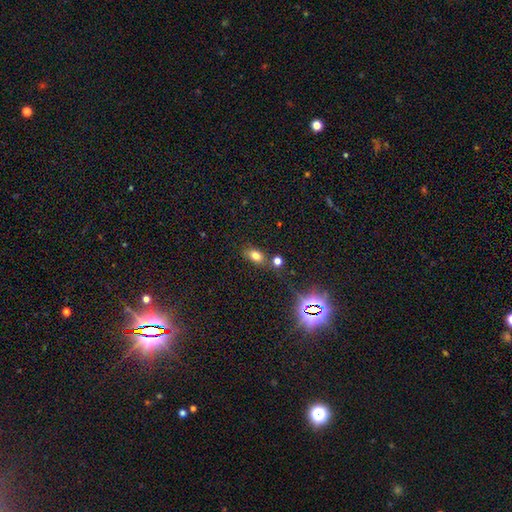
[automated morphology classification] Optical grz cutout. It shows a smooth galaxy with no disk features (74%) that is in between round and cigar-shaped (80%). Merging: none (71%).